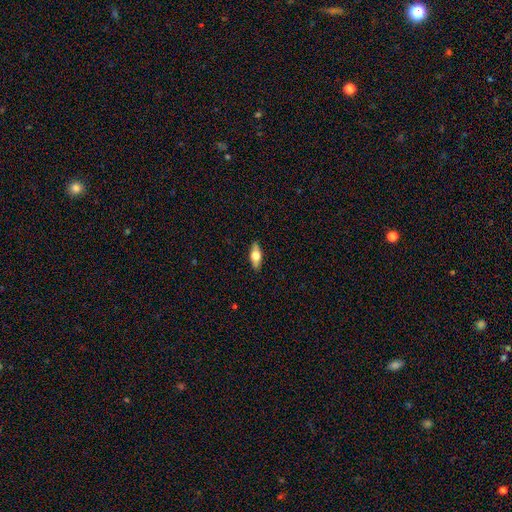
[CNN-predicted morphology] Q: Smooth or featured?
A: smooth (55%); runner-up: featured or disk (39%)
Q: How rounded?
A: in between (73%); runner-up: cigar-shaped (23%)
Q: Merging?
A: none (88%); runner-up: minor disturbance (9%)